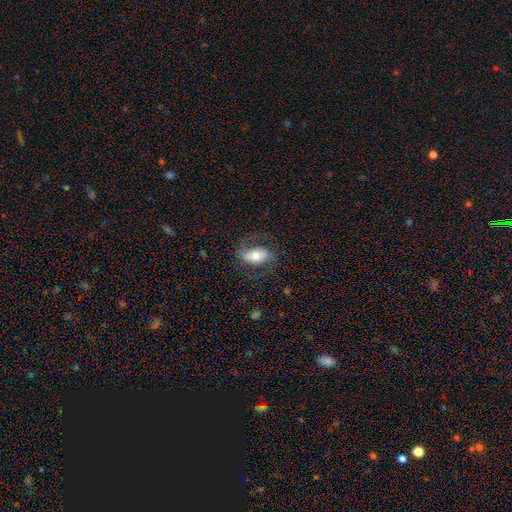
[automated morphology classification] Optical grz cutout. It shows a smooth galaxy with no disk features (47%). Merging: none (67%).